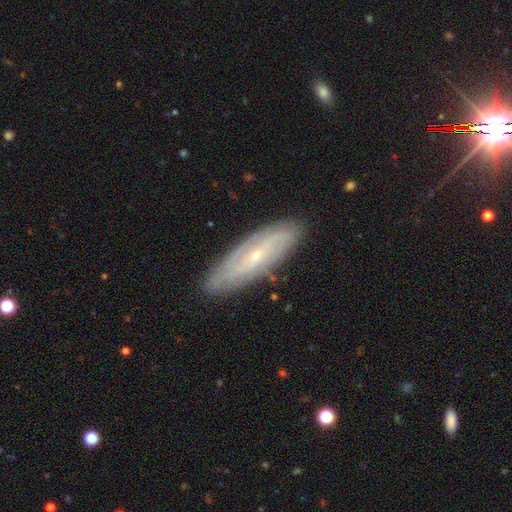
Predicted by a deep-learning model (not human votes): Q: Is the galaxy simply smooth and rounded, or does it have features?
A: featured or disk — 71%.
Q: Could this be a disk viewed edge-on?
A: no — 78%.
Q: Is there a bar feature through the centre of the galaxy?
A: no — 47%.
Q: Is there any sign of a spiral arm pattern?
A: yes — 82%.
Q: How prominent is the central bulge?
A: small — 80%.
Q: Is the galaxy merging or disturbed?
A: none — 84%.